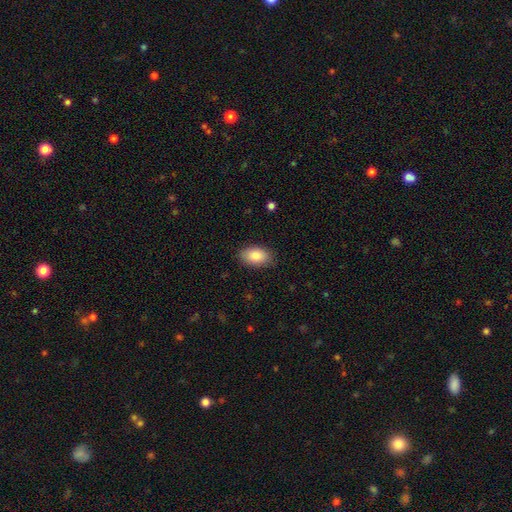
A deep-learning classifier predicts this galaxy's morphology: smooth_or_featured: smooth (p=0.87) [alt: star or artifact p=0.07]
how_rounded: in between (p=0.93) [alt: round p=0.06]
merging: none (p=0.85) [alt: minor disturbance p=0.11]